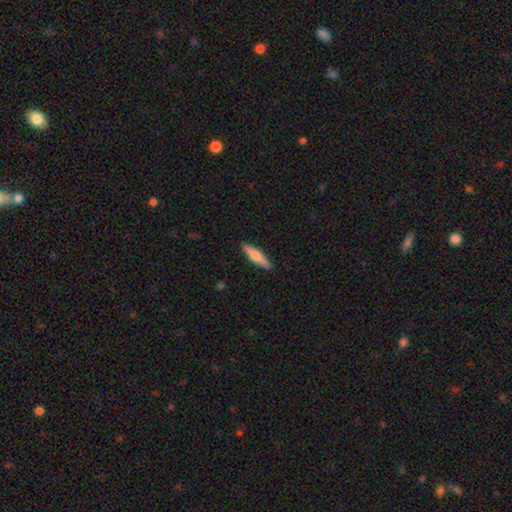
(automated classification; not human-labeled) A smooth galaxy with no disk features (60%) that is cigar-shaped (82%).

Vote fractions:
- Smooth or featured? smooth: 60% / featured or disk: 35% / star or artifact: 5%
- How rounded? cigar-shaped: 82% / in between: 16% / round: 2%
- Merging? none: 90% / minor disturbance: 7% / major disturbance: 1% / merger: 1%